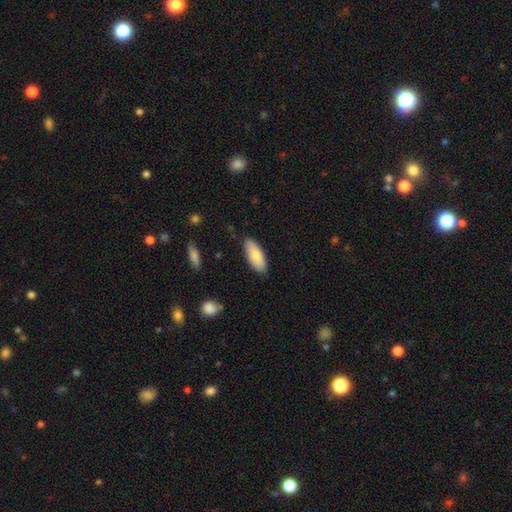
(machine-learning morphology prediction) smooth 79%, featured or disk 15%, star or artifact 6%. Down the decision tree: how rounded — in between (85%); merging — none (83%).